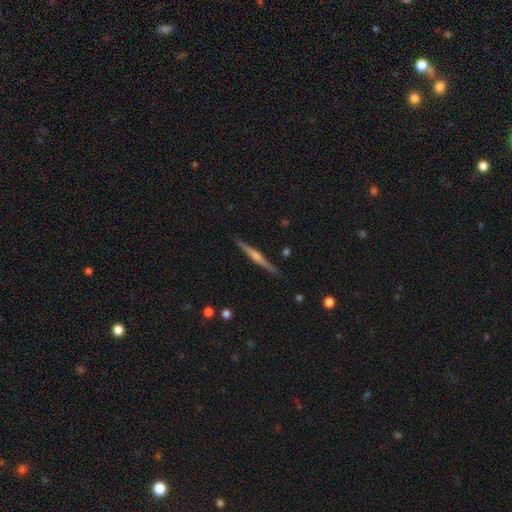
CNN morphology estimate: Smooth or featured? featured or disk (75%)
Edge-on disk? yes (98%)
Edge-on bulge? rounded (73%)
Merging? none (91%)